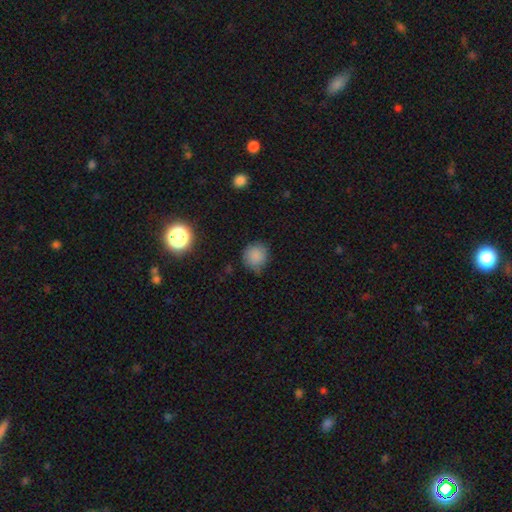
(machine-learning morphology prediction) smooth-or-featured: smooth: 83% | star or artifact: 11% | featured or disk: 6%
  how-rounded: round: 86% | in between: 13% | cigar-shaped: 1%
  merging: none: 71% | minor disturbance: 22% | major disturbance: 5% | merger: 2%